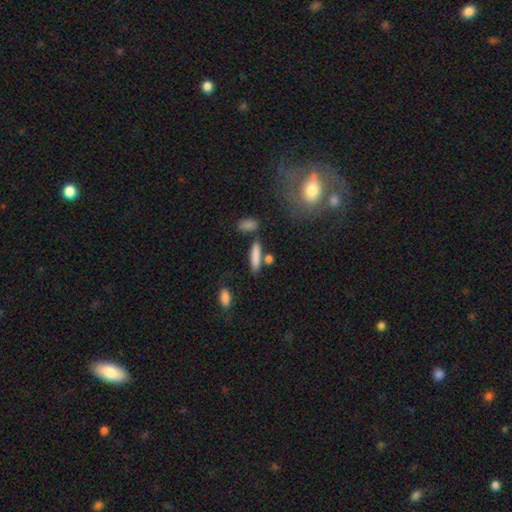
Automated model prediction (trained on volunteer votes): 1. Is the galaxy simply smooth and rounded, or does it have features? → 80% smooth, 13% featured or disk, 8% star or artifact.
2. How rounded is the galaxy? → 80% cigar-shaped, 18% in between, 3% round.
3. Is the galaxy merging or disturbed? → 75% none, 11% merger, 11% minor disturbance, 3% major disturbance.